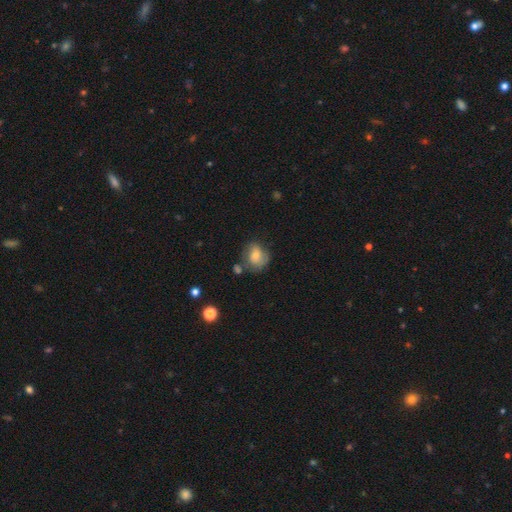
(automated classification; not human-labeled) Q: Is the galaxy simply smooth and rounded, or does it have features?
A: smooth — 62%.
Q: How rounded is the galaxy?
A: round — 55%.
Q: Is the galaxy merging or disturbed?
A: none — 52%.